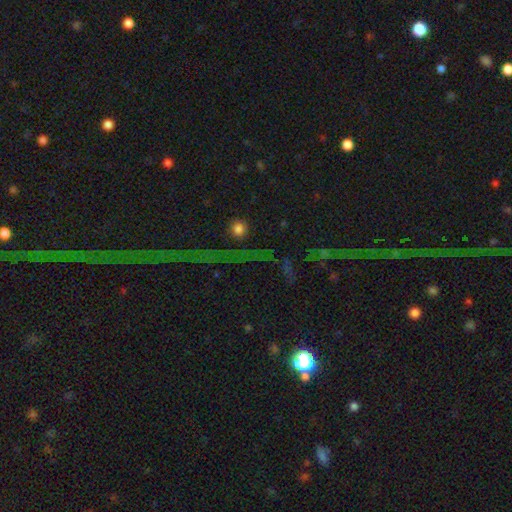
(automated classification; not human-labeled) star or artifact 78%, featured or disk 13%, smooth 9%.